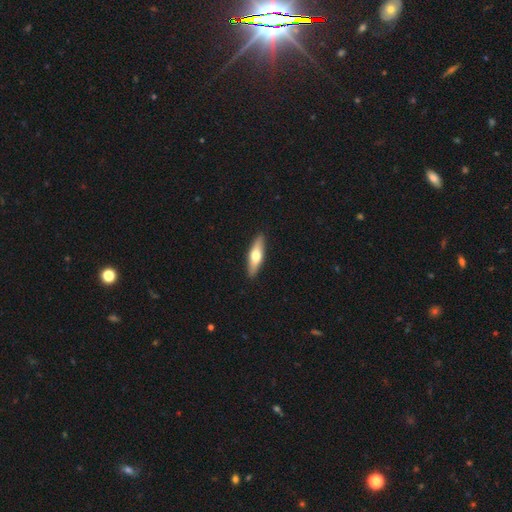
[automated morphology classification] smooth_or_featured: smooth (p=0.52) [alt: featured or disk p=0.43]
how_rounded: cigar-shaped (p=0.63) [alt: in between p=0.34]
merging: none (p=0.91) [alt: minor disturbance p=0.07]